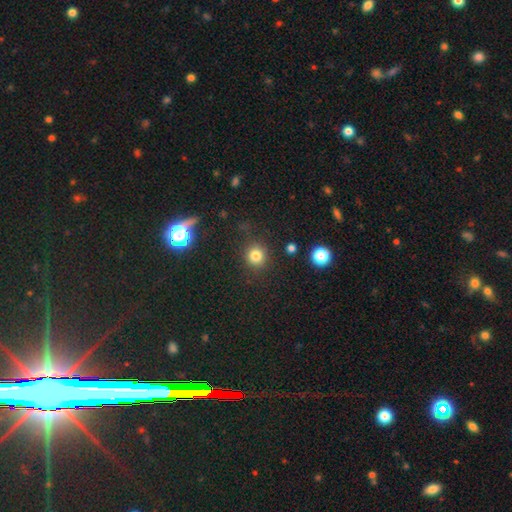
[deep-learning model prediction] smooth-or-featured: smooth: 80% | star or artifact: 14% | featured or disk: 6%
  how-rounded: round: 91% | in between: 9% | cigar-shaped: 1%
  merging: none: 86% | minor disturbance: 8% | major disturbance: 3% | merger: 2%